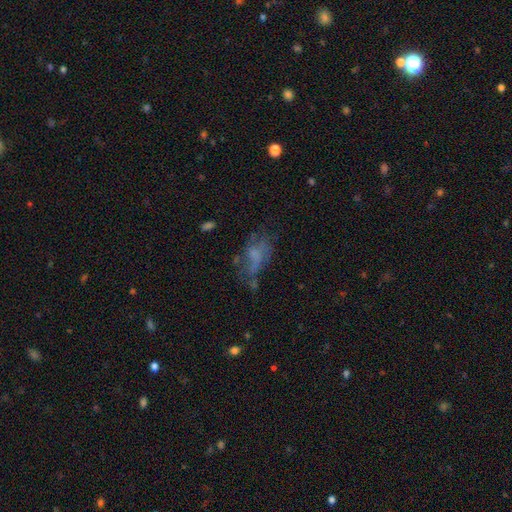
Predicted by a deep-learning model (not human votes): smooth-or-featured: featured or disk: 42% | smooth: 41% | star or artifact: 17%
  merging: none: 39% | major disturbance: 32% | minor disturbance: 23% | merger: 7%